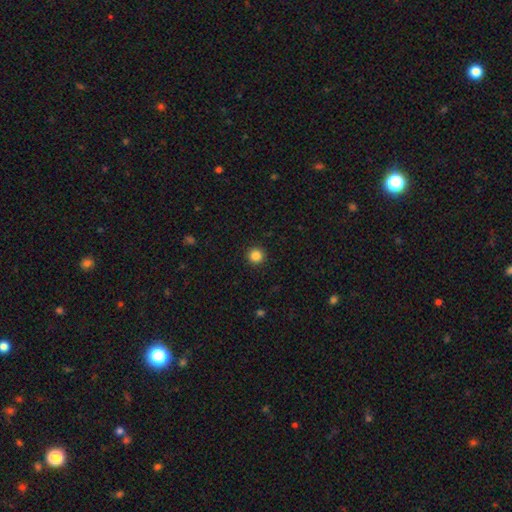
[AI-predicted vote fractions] Smooth or featured? smooth (86%)
How rounded? round (96%)
Merging? none (93%)